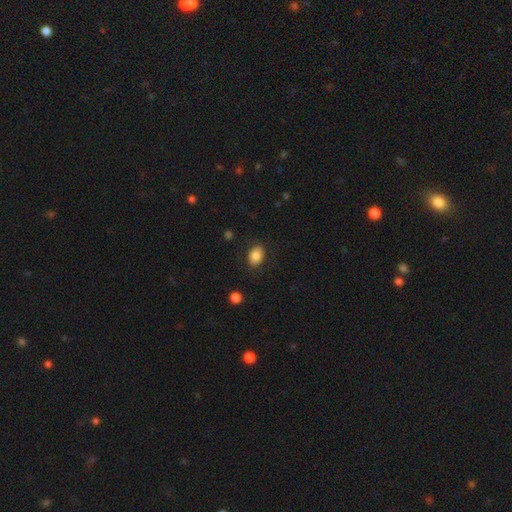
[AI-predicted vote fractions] This appears to be a smooth galaxy with no disk features (83%) that is in between round and cigar-shaped (79%). Merging: none (84%).